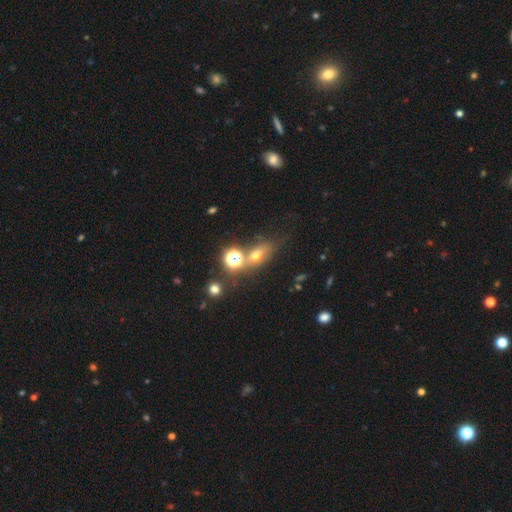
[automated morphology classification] A smooth galaxy with no disk features (54%) that is in between round and cigar-shaped (60%).

Vote fractions:
- Smooth or featured? smooth: 54% / star or artifact: 26% / featured or disk: 19%
- How rounded? in between: 60% / round: 31% / cigar-shaped: 9%
- Merging? none: 53% / merger: 20% / minor disturbance: 16% / major disturbance: 10%